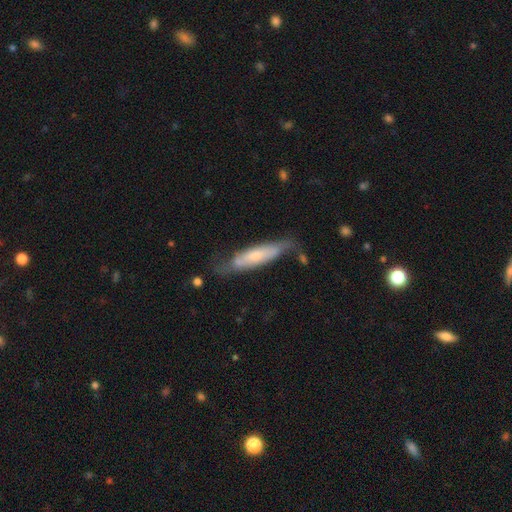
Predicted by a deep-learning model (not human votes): Smooth or featured? Predicted: smooth (p=0.48). Merging? Predicted: none (p=0.56).